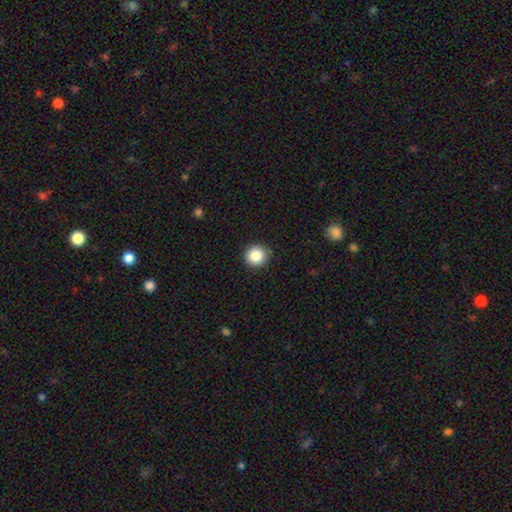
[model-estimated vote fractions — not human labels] This appears to be a smooth galaxy with no disk features (86%) that is round (95%). Merging: none (91%).